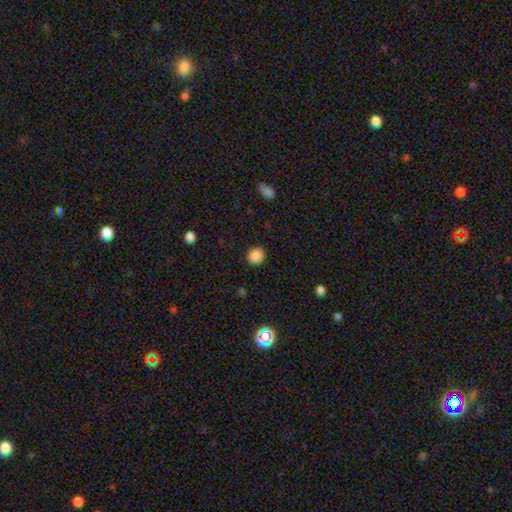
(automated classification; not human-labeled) This appears to be a smooth galaxy with no disk features (87%) that is round (80%). Merging: none (90%).